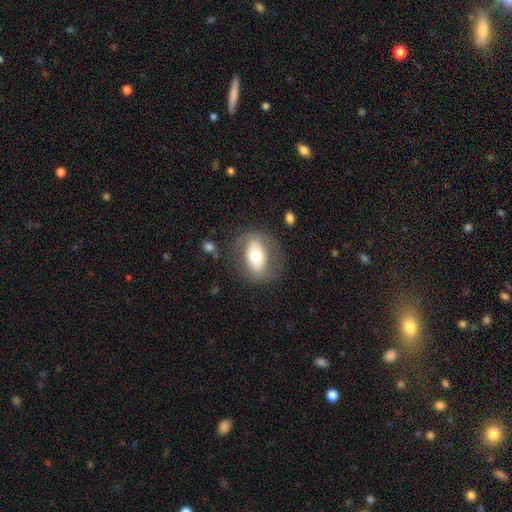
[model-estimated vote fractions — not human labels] Q: Smooth or featured?
A: smooth (53%); runner-up: featured or disk (40%)
Q: How rounded?
A: in between (79%); runner-up: round (18%)
Q: Merging?
A: none (74%); runner-up: minor disturbance (15%)